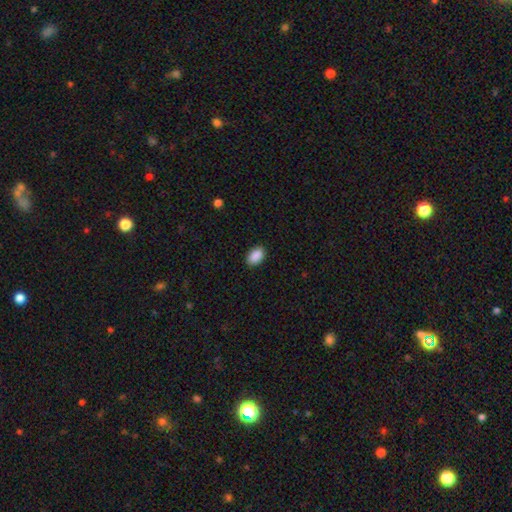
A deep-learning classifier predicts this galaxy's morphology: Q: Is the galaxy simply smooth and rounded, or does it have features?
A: smooth — 91%.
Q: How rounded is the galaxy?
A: in between — 91%.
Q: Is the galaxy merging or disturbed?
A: none — 89%.